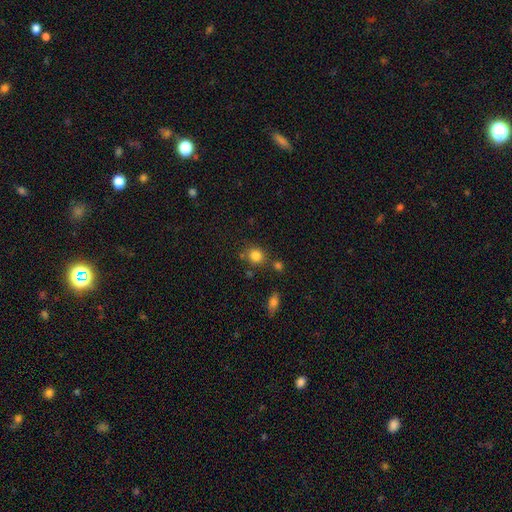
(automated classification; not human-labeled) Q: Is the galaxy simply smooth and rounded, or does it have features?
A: smooth — 82%.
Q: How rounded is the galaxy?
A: round — 80%.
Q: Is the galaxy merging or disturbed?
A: none — 71%.